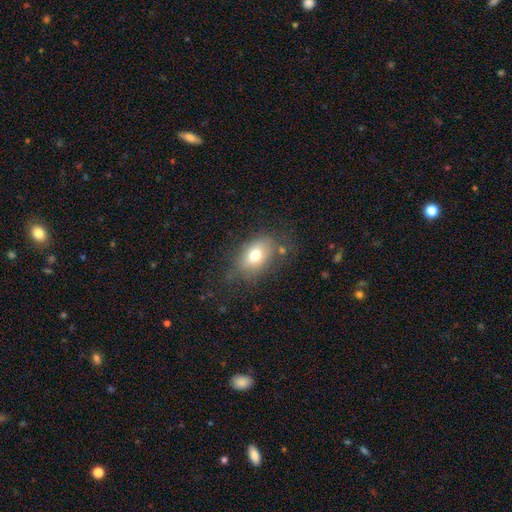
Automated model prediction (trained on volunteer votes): Smooth or featured? Predicted: smooth (p=0.72). How rounded? Predicted: in between (p=0.82). Merging? Predicted: none (p=0.68).